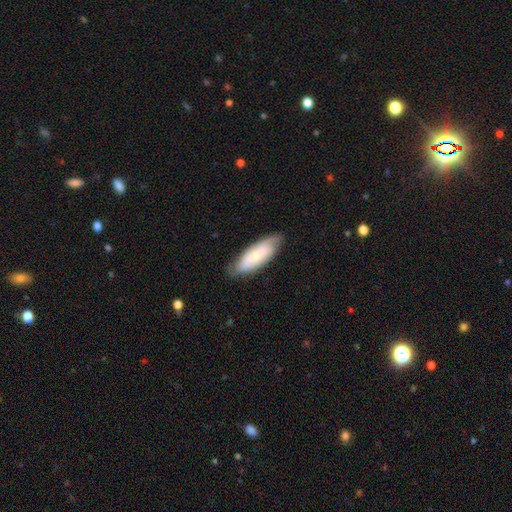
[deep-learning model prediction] A smooth galaxy with no disk features (51%) that is in between round and cigar-shaped (67%).

Vote fractions:
- Smooth or featured? smooth: 51% / featured or disk: 43% / star or artifact: 6%
- How rounded? in between: 67% / cigar-shaped: 31% / round: 2%
- Merging? none: 76% / minor disturbance: 19% / major disturbance: 4% / merger: 1%